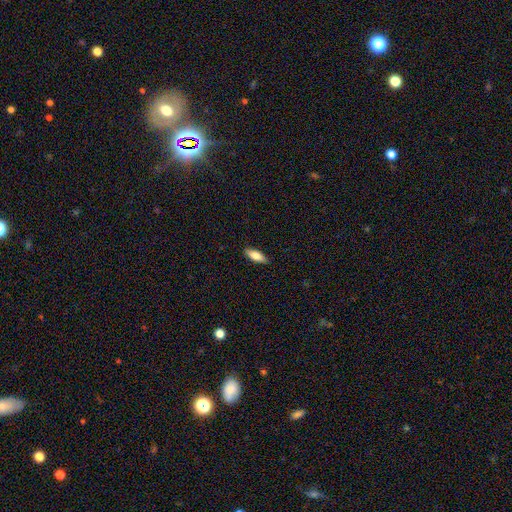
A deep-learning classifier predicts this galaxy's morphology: Smooth or featured? smooth (74%)
How rounded? in between (65%)
Merging? none (88%)